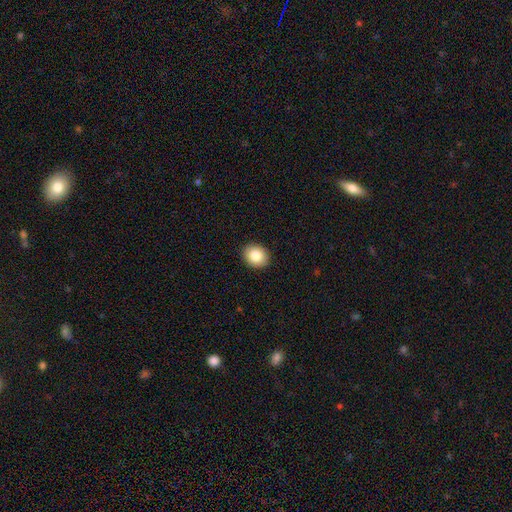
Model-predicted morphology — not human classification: type=smooth (84%); roundness=round (62%); merging=none (91%).